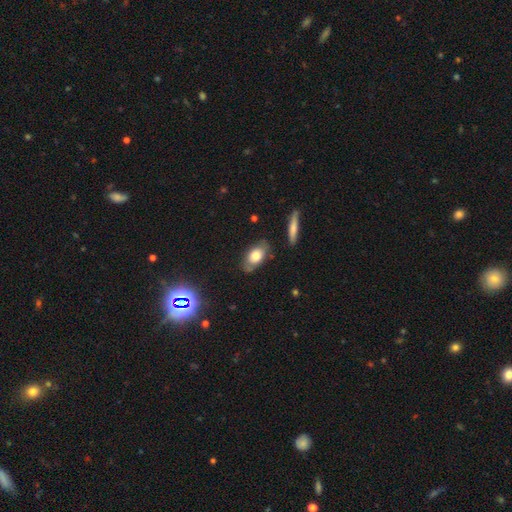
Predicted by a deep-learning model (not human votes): Morphology: type=smooth (67%); roundness=in between (88%); merging=none (74%).